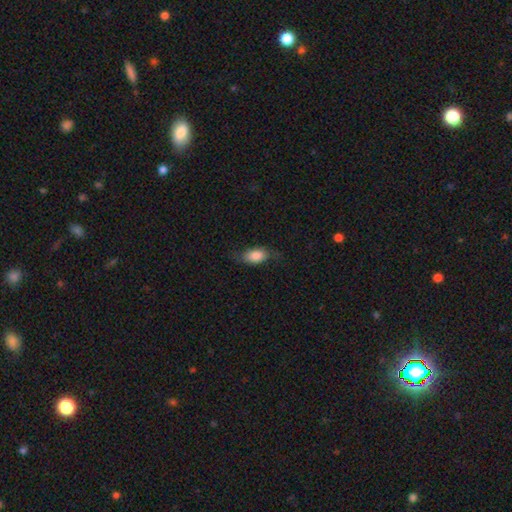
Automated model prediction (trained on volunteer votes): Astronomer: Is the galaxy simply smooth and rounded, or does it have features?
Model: smooth — 77%.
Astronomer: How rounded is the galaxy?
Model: in between — 87%.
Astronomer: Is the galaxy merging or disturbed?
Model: none — 65%.